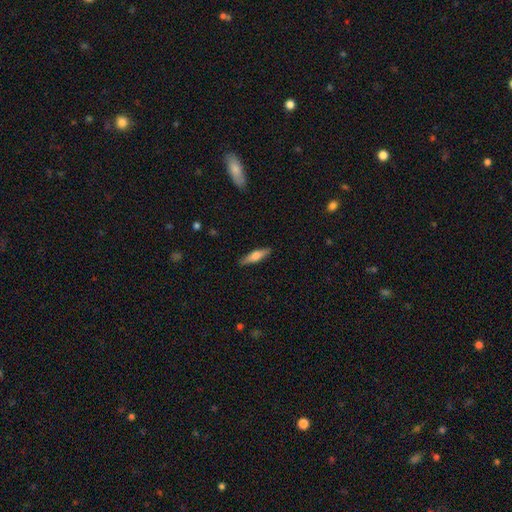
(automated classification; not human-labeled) Q: Smooth or featured?
A: smooth (55%); runner-up: featured or disk (39%)
Q: How rounded?
A: cigar-shaped (70%); runner-up: in between (28%)
Q: Merging?
A: none (88%); runner-up: minor disturbance (9%)